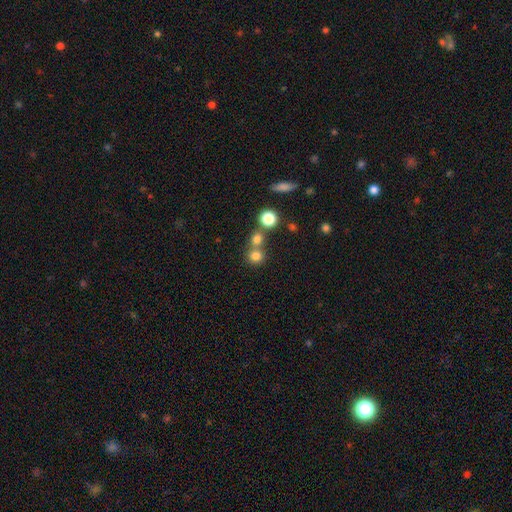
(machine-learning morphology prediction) Smooth or featured?
  - smooth: 76% *
  - star or artifact: 16%
  - featured or disk: 8%
How rounded?
  - round: 87% *
  - in between: 12%
  - cigar-shaped: 1%
Merging?
  - none: 56% *
  - merger: 34%
  - minor disturbance: 7%
  - major disturbance: 3%